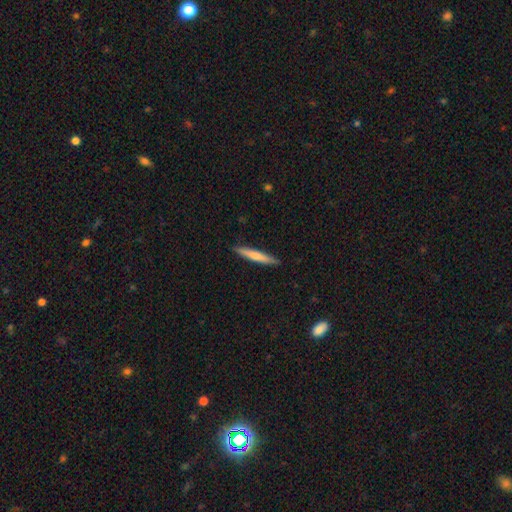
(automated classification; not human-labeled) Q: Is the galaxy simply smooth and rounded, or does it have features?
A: smooth — 60%.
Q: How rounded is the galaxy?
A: cigar-shaped — 94%.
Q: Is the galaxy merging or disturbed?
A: none — 91%.